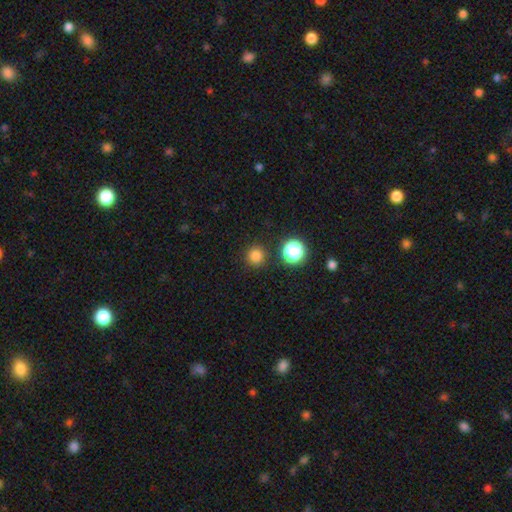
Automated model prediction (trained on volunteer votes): Smooth or featured? smooth (79%)
How rounded? round (94%)
Merging? none (88%)